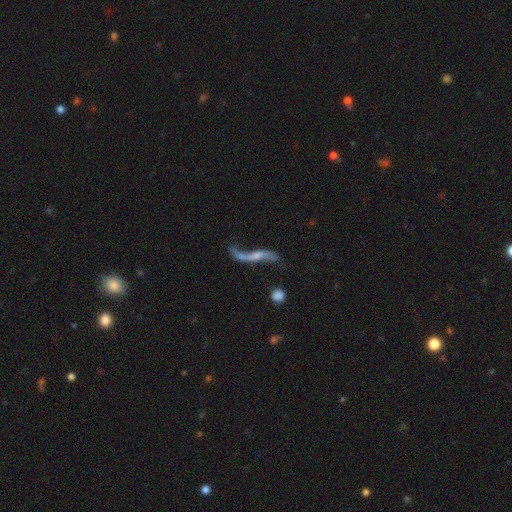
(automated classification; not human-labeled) smooth-or-featured: featured or disk: 81% | smooth: 12% | star or artifact: 8%
  disk-edge-on: no: 75% | yes: 25%
    bar: no: 49% | weak: 32% | strong: 20%
    has-spiral-arms: yes: 88% | no: 12%
      spiral-winding: loose: 95% | medium: 4% | tight: 2%
      spiral-arm-count: 2: 87% | 1: 8% | can't tell: 2% | 3: 1% | 4: 1% | more than 4: 1%
    bulge-size: small: 47% | moderate: 25% | none: 23% | large: 3% | dominant: 2%
  merging: none: 53% | minor disturbance: 19% | major disturbance: 19% | merger: 9%